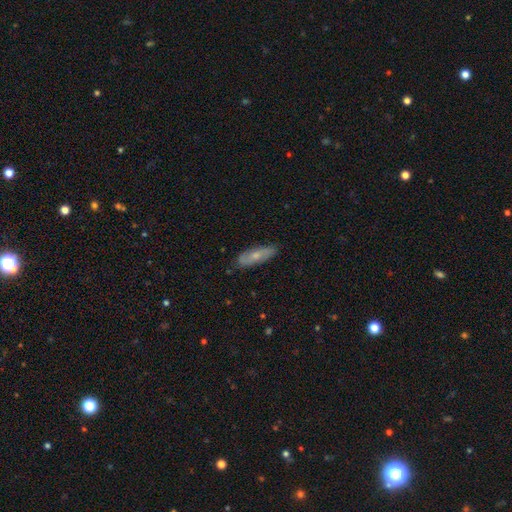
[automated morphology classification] type=smooth (52%); roundness=cigar-shaped (50%); merging=none (84%).